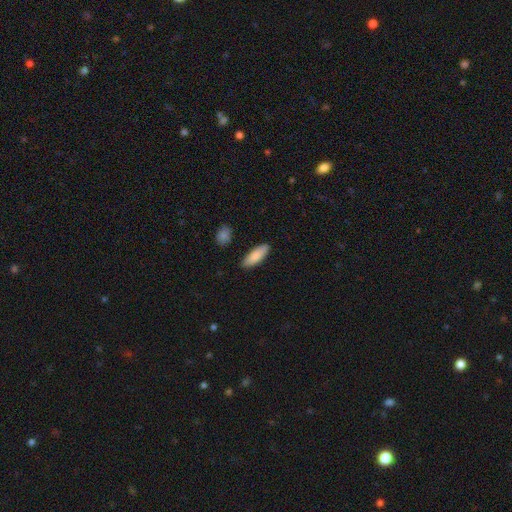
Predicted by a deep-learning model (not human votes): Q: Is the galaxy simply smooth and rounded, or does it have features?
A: smooth — 86%.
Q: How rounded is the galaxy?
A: in between — 62%.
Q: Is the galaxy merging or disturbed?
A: none — 86%.